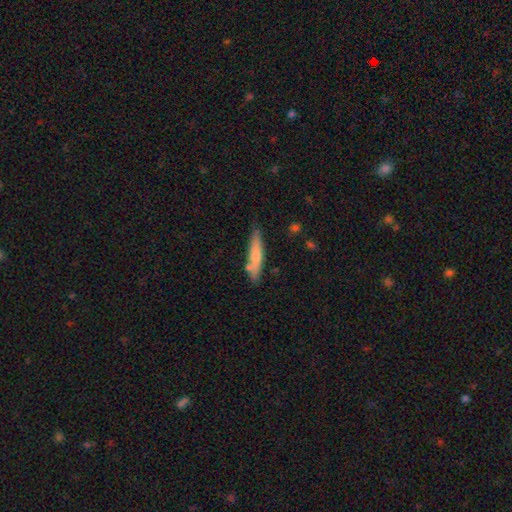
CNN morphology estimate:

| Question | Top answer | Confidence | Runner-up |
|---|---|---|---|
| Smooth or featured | smooth | 66% | featured or disk (28%) |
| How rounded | cigar-shaped | 84% | in between (14%) |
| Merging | none | 73% | minor disturbance (16%) |